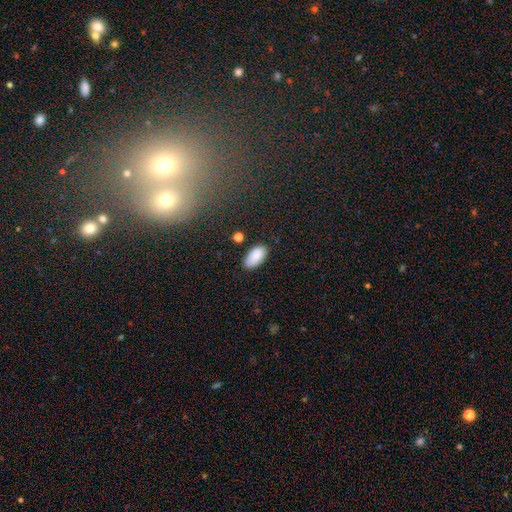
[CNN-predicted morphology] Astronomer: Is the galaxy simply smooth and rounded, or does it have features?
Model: smooth — 89%.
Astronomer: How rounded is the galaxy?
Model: in between — 95%.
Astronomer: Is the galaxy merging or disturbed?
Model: none — 81%.